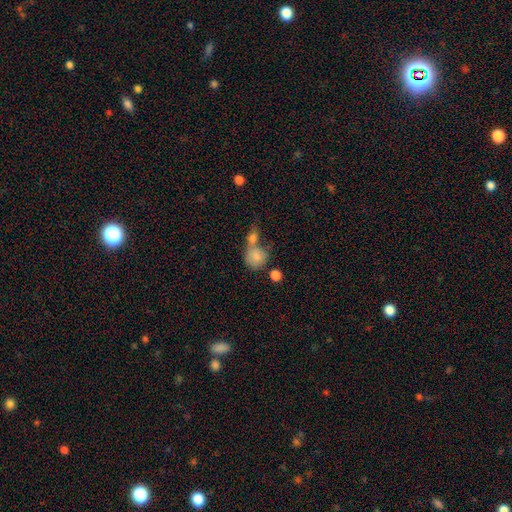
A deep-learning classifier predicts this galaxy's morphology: This appears to be a smooth galaxy with no disk features (81%) that is round (74%). Merging: merger (51%).